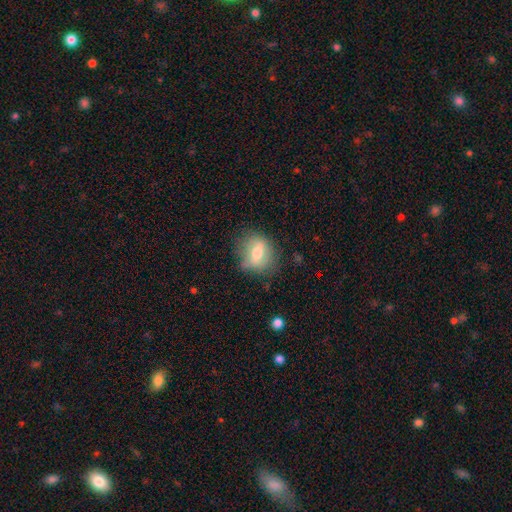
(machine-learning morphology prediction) smooth_or_featured: smooth (p=0.61) [alt: featured or disk p=0.30]
how_rounded: round (p=0.53) [alt: in between p=0.44]
merging: none (p=0.67) [alt: minor disturbance p=0.22]